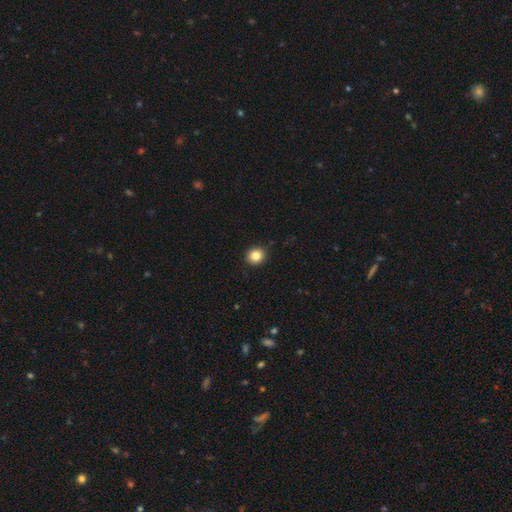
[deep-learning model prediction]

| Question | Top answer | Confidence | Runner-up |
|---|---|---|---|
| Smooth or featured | smooth | 84% | star or artifact (10%) |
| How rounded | round | 84% | in between (15%) |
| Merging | none | 91% | minor disturbance (6%) |